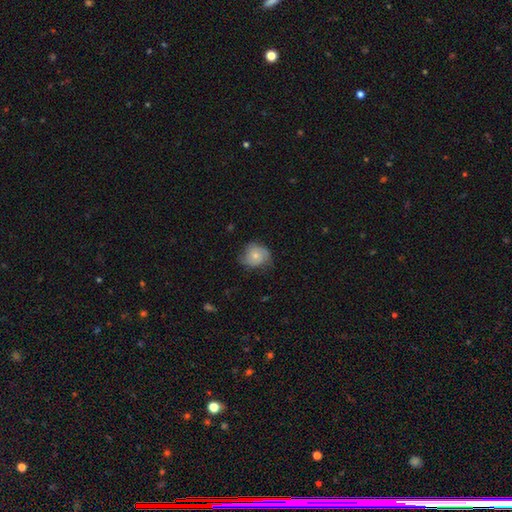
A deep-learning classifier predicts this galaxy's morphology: A smooth galaxy with no disk features (53%) that is round (70%). Merging: none (61%).